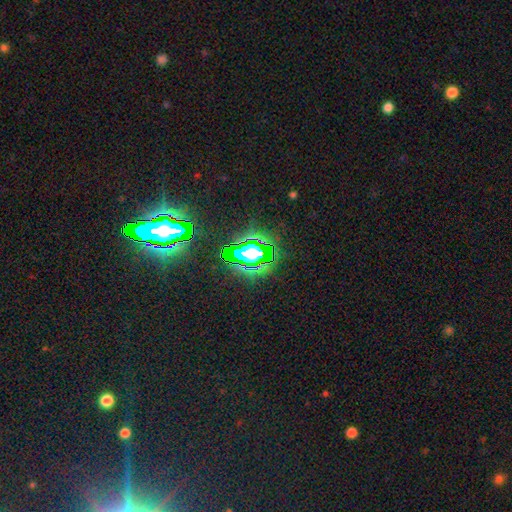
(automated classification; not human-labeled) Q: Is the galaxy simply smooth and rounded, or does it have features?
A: star or artifact — 82%.